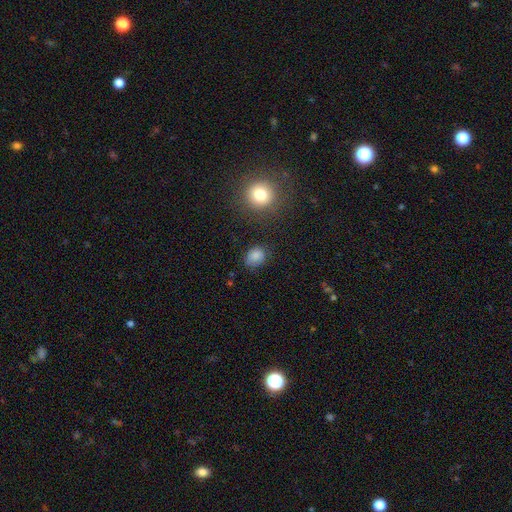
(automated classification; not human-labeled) A smooth galaxy with no disk features (82%) that is in between round and cigar-shaped (51%).

Vote fractions:
- Smooth or featured? smooth: 82% / star or artifact: 12% / featured or disk: 6%
- How rounded? in between: 51% / round: 48% / cigar-shaped: 1%
- Merging? none: 71% / minor disturbance: 20% / major disturbance: 6% / merger: 3%